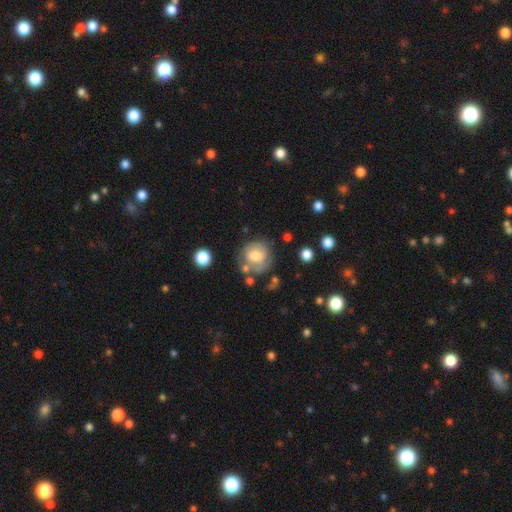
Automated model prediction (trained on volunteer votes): Smooth or featured? smooth (57%)
How rounded? round (79%)
Merging? none (56%)